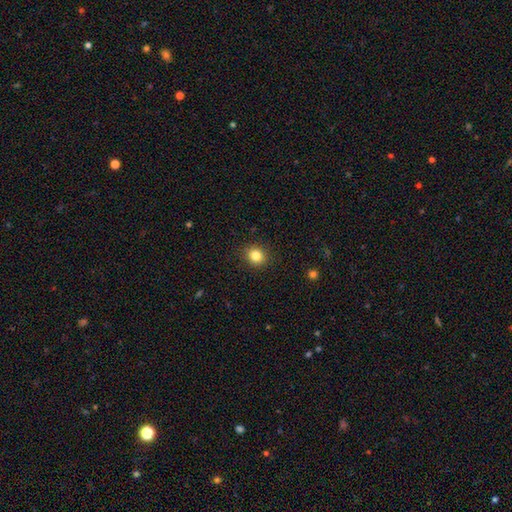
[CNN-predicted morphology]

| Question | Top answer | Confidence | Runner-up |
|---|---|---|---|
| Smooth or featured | smooth | 83% | star or artifact (11%) |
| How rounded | round | 78% | in between (21%) |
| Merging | none | 90% | minor disturbance (7%) |